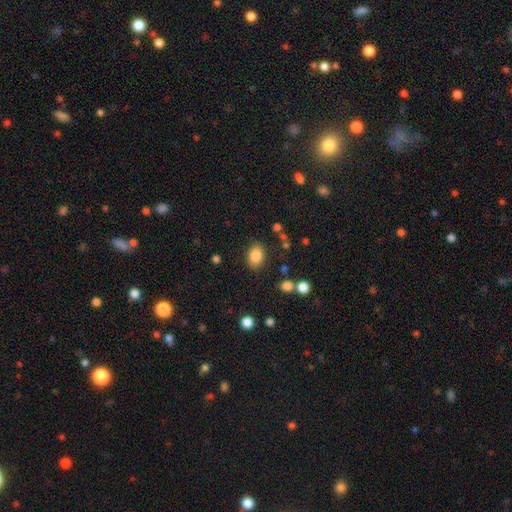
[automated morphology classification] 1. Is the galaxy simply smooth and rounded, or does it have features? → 85% smooth, 9% star or artifact, 6% featured or disk.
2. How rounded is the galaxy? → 74% in between, 25% round, 1% cigar-shaped.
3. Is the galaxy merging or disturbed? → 83% none, 11% minor disturbance, 4% major disturbance, 3% merger.